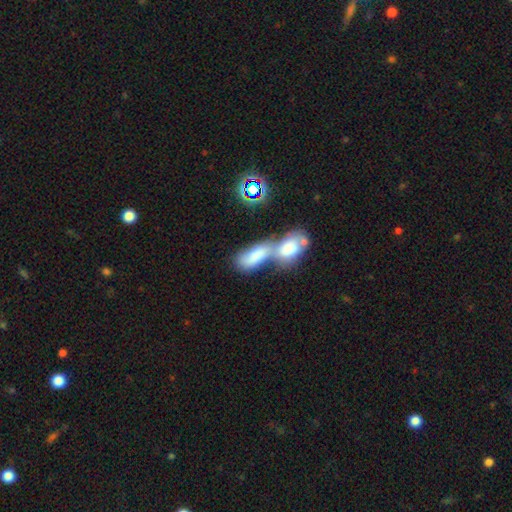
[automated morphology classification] smooth_or_featured: smooth (p=0.72) [alt: featured or disk p=0.18]
how_rounded: in between (p=0.84) [alt: cigar-shaped p=0.12]
merging: merger (p=0.76) [alt: none p=0.12]